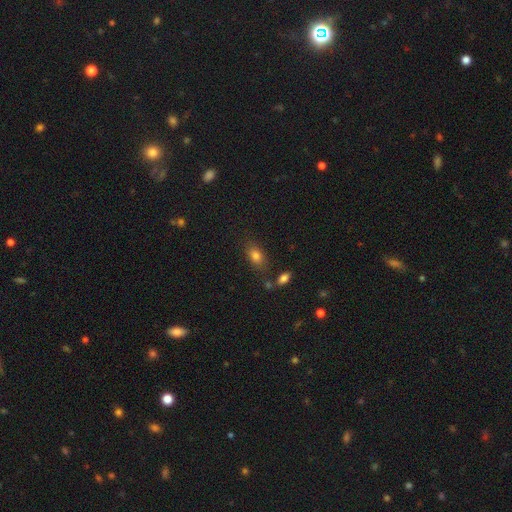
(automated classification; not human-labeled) Smooth or featured? Predicted: smooth (p=0.79). How rounded? Predicted: in between (p=0.83). Merging? Predicted: none (p=0.75).